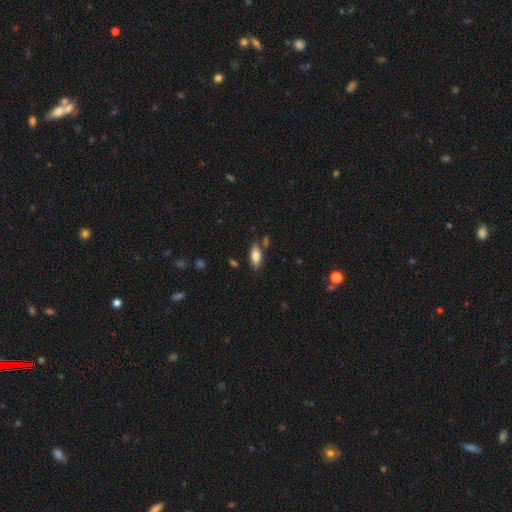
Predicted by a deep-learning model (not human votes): smooth_or_featured: smooth (p=0.78) [alt: featured or disk p=0.15]
how_rounded: in between (p=0.79) [alt: cigar-shaped p=0.18]
merging: none (p=0.77) [alt: minor disturbance p=0.15]